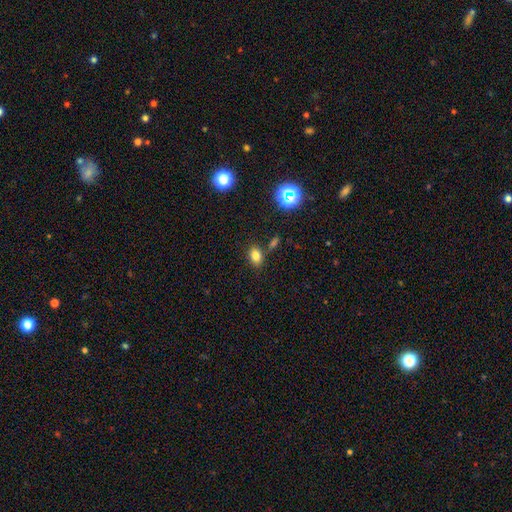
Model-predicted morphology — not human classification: Smooth or featured? Predicted: smooth (p=0.78). How rounded? Predicted: in between (p=0.77). Merging? Predicted: none (p=0.77).